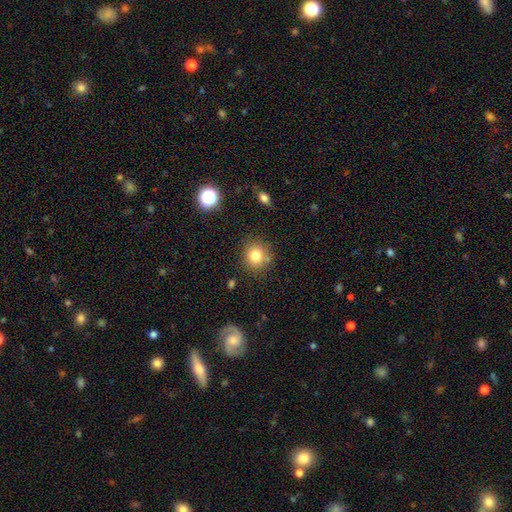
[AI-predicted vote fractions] smooth_or_featured: smooth (p=0.80) [alt: star or artifact p=0.12]
how_rounded: round (p=0.87) [alt: in between p=0.12]
merging: none (p=0.82) [alt: minor disturbance p=0.11]